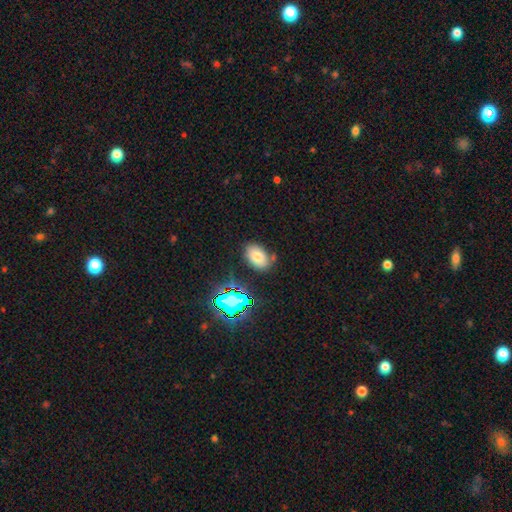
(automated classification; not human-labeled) The model was most divided on "smooth or featured": smooth: 70%, star or artifact: 18%, featured or disk: 12%. More confident: how rounded — in between (88%); merging — none (75%).